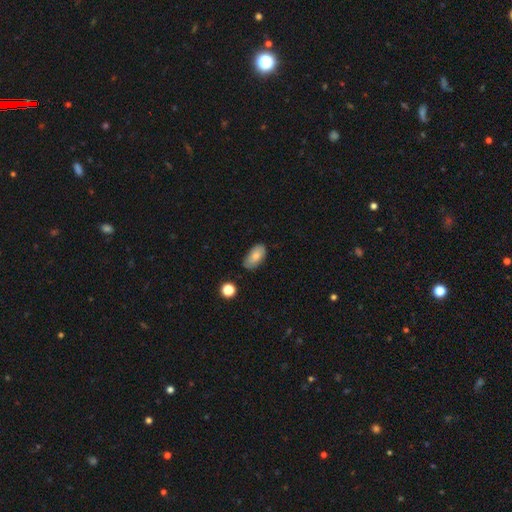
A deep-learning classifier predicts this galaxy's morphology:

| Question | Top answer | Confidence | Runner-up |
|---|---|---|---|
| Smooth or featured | smooth | 78% | featured or disk (14%) |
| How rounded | in between | 93% | round (4%) |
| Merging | none | 74% | minor disturbance (21%) |